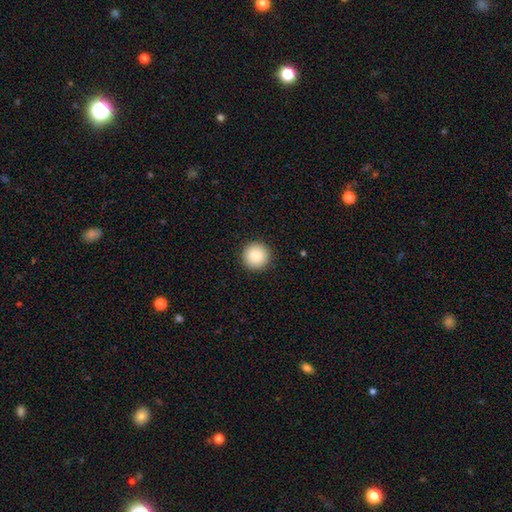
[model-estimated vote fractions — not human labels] This is clearly a smooth galaxy (86%). How rounded: clearly round (96%). Merging: clearly none (92%).